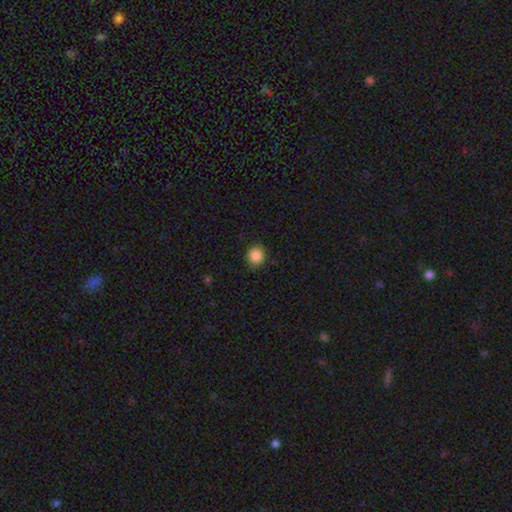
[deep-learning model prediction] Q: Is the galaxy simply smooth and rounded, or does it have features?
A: smooth — 87%.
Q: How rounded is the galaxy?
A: round — 83%.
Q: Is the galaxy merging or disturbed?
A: none — 86%.